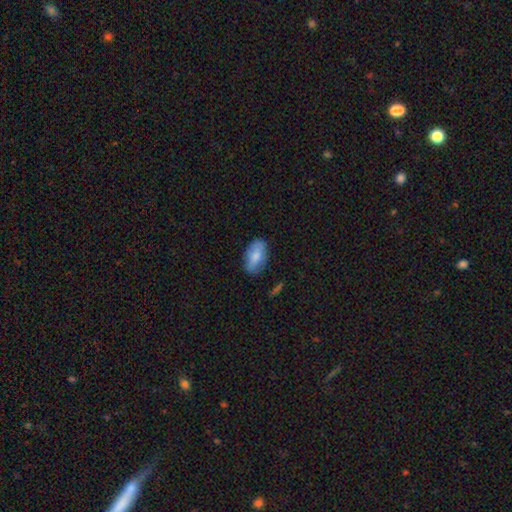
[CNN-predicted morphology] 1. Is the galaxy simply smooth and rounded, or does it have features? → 75% smooth, 18% featured or disk, 7% star or artifact.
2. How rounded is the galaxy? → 92% in between, 4% round, 4% cigar-shaped.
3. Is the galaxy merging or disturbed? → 77% none, 17% minor disturbance, 4% major disturbance, 2% merger.